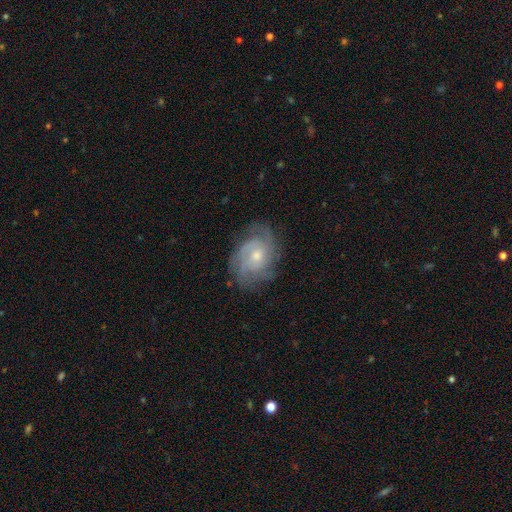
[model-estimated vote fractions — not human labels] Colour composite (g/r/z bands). It shows a featured or disk galaxy (79%) with no bar (73%), tight (51%) spiral arms (93%) and a moderate central bulge (54%). Merging: none (70%).